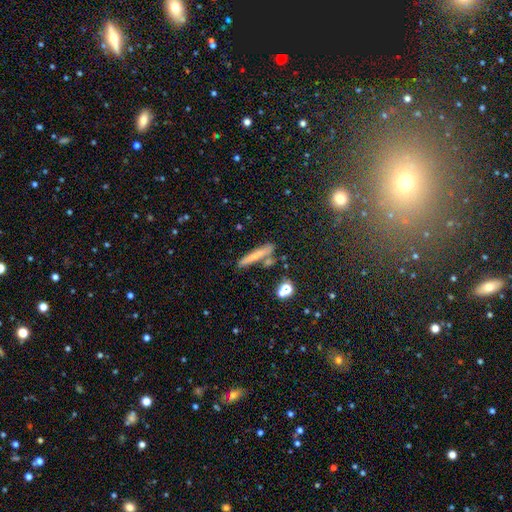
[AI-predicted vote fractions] Smooth or featured? Predicted: smooth (p=0.60). How rounded? Predicted: cigar-shaped (p=0.91). Merging? Predicted: none (p=0.76).